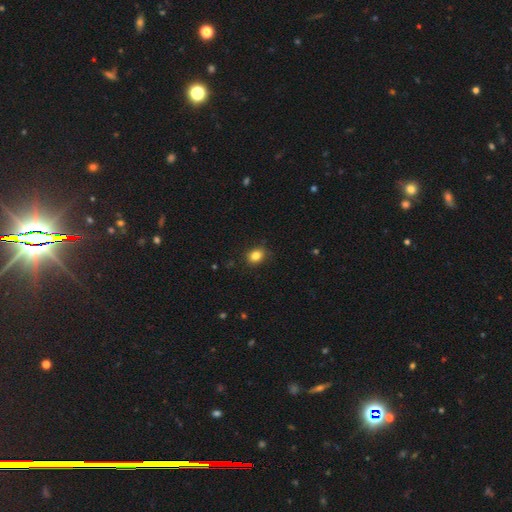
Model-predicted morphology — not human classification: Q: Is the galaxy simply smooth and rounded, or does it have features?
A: smooth — 84%.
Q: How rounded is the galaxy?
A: in between — 50%.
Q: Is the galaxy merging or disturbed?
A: none — 84%.